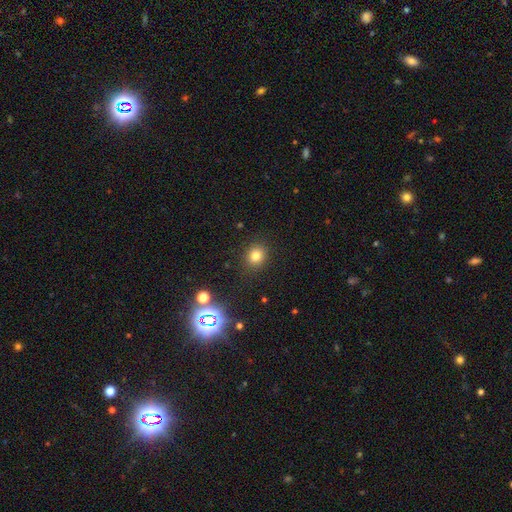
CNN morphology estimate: smooth_or_featured: smooth (p=0.79) [alt: star or artifact p=0.15]
how_rounded: round (p=0.80) [alt: in between p=0.19]
merging: none (p=0.88) [alt: minor disturbance p=0.07]